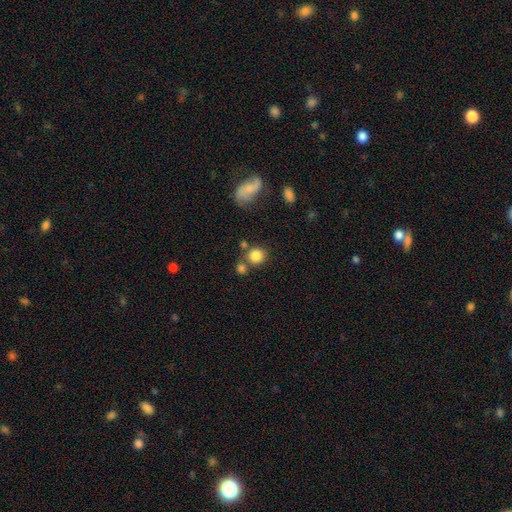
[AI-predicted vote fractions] Smooth or featured: smooth — 83% (star or artifact — 10%)
How rounded: round — 86% (in between — 13%)
Merging: none — 64% (merger — 21%)